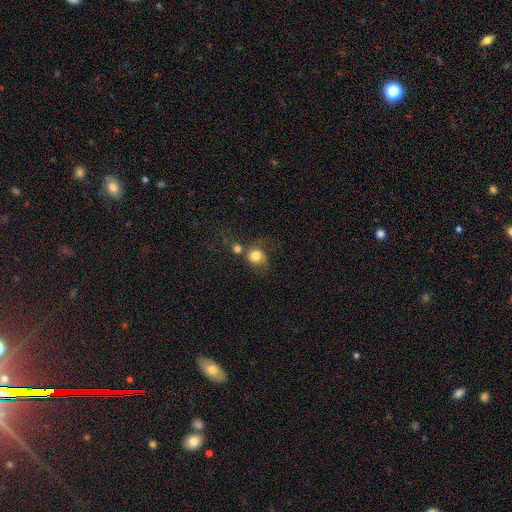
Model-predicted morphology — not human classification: smooth 77%, featured or disk 13%, star or artifact 10%. Down the decision tree: how rounded — round (77%); merging — none (39%).